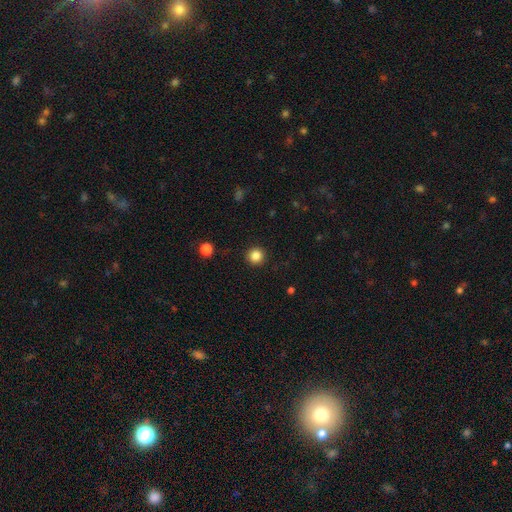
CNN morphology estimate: smooth_or_featured: smooth (p=0.85) [alt: star or artifact p=0.11]
how_rounded: round (p=0.95) [alt: in between p=0.04]
merging: none (p=0.92) [alt: minor disturbance p=0.05]